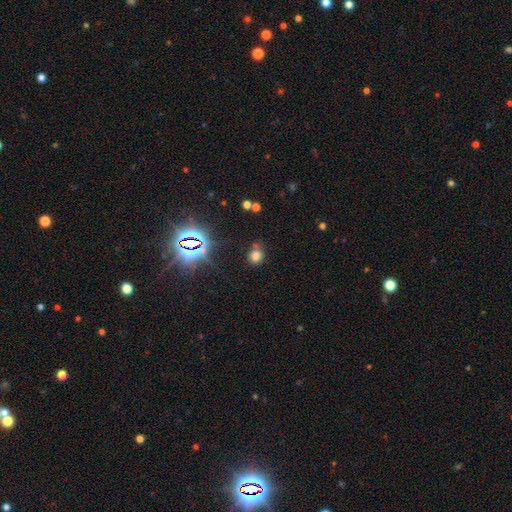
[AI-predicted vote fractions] Morphology: type=smooth (67%); roundness=round (76%); merging=none (66%).